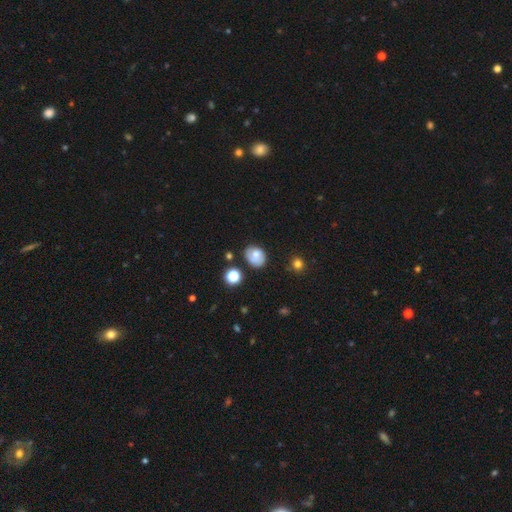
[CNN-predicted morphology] Smooth or featured? smooth (60%)
How rounded? round (51%)
Merging? none (62%)